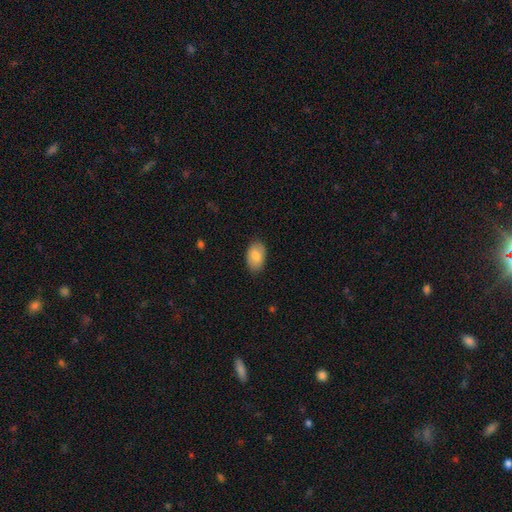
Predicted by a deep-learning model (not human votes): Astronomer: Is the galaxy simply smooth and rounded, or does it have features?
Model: smooth — 82%.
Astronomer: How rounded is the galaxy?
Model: in between — 91%.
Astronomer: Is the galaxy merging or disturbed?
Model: none — 85%.